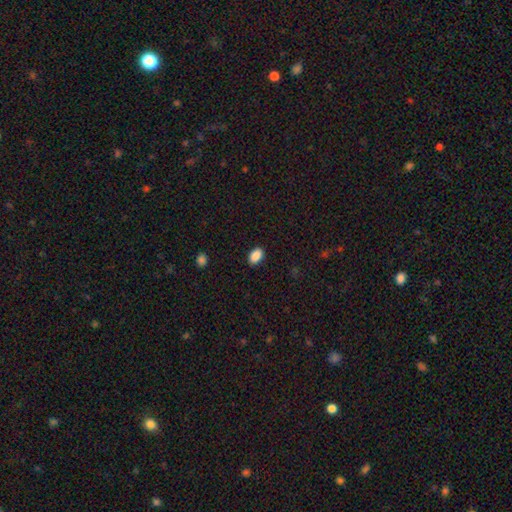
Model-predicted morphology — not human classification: A smooth galaxy with no disk features (89%) that is in between round and cigar-shaped (90%). Merging: none (88%).